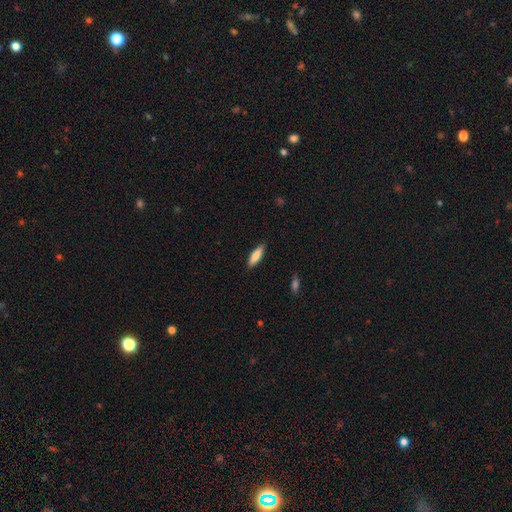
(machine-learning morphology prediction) Smooth or featured? Predicted: smooth (p=0.82). How rounded? Predicted: cigar-shaped (p=0.55). Merging? Predicted: none (p=0.87).